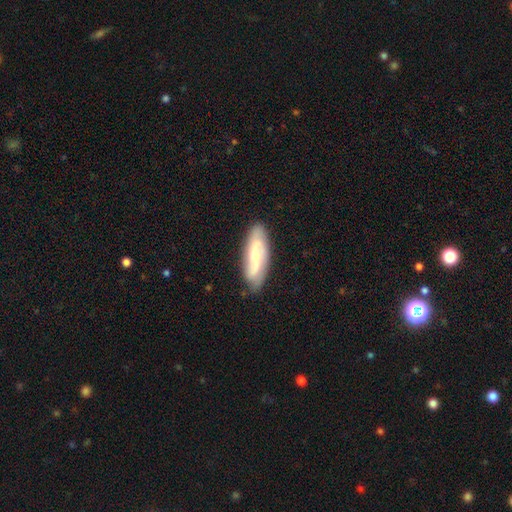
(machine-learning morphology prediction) smooth_or_featured: featured or disk (p=0.55) [alt: smooth p=0.39]
disk_edge_on: no (p=0.81) [alt: yes p=0.19]
merging: none (p=0.83) [alt: minor disturbance p=0.13]